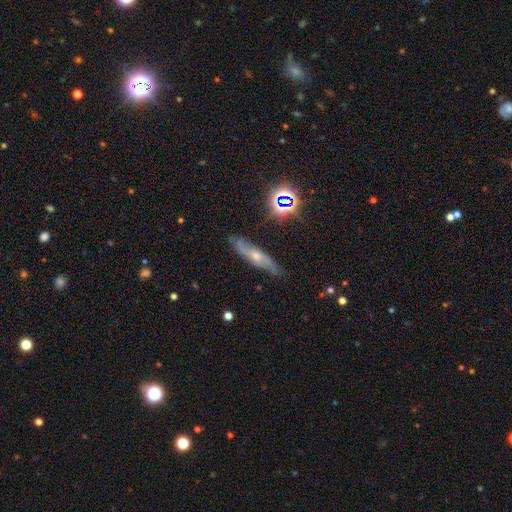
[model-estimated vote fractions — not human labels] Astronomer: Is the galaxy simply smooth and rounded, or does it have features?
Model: featured or disk — 63%.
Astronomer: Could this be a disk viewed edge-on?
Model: no — 51% (runner-up: yes, 49%).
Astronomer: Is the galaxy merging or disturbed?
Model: none — 78%.